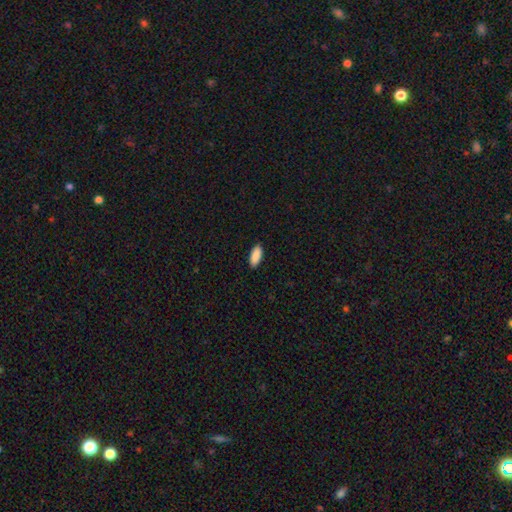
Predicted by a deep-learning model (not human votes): This appears to be a smooth galaxy with no disk features (91%) that is in between round and cigar-shaped (86%). Merging: none (90%).